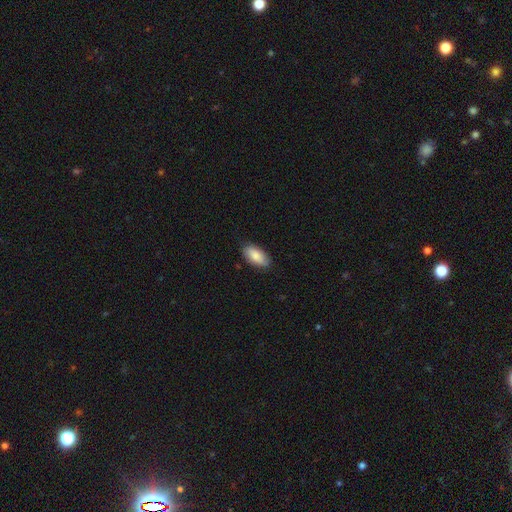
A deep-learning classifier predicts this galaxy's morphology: Smooth or featured: smooth — 81% (featured or disk — 13%)
How rounded: in between — 92% (cigar-shaped — 6%)
Merging: none — 80% (minor disturbance — 16%)